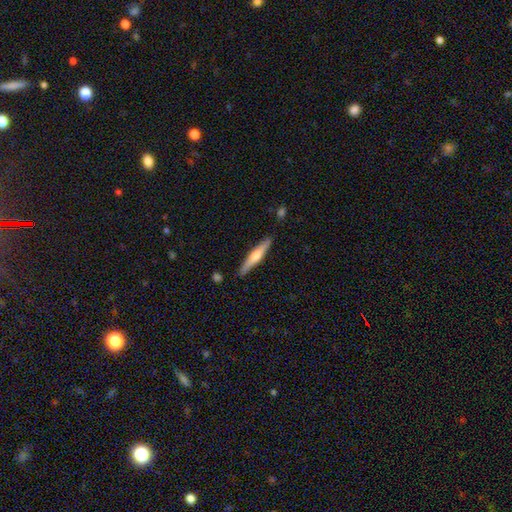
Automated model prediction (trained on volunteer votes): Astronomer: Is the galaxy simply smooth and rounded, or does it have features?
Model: featured or disk — 53% (runner-up: smooth, 42%).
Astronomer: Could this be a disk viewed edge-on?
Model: yes — 96%.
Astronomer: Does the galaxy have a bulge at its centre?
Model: rounded — 86%.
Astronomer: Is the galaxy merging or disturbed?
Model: none — 88%.